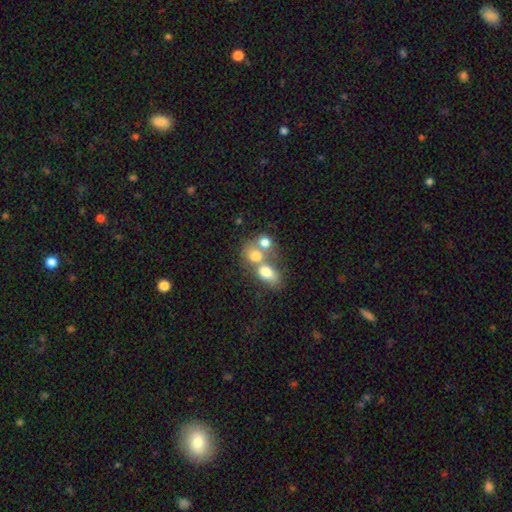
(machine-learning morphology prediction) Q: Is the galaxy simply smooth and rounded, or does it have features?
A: smooth — 70%.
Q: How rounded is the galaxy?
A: round — 52%.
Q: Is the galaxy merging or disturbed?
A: merger — 61%.